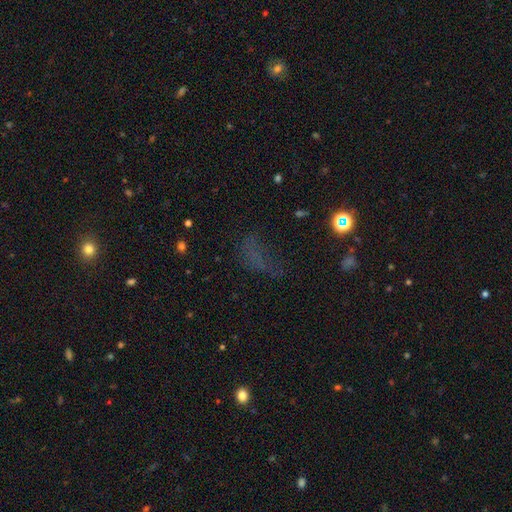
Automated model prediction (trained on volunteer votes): This appears to be a smooth galaxy with no disk features (41%). Merging: none (41%).